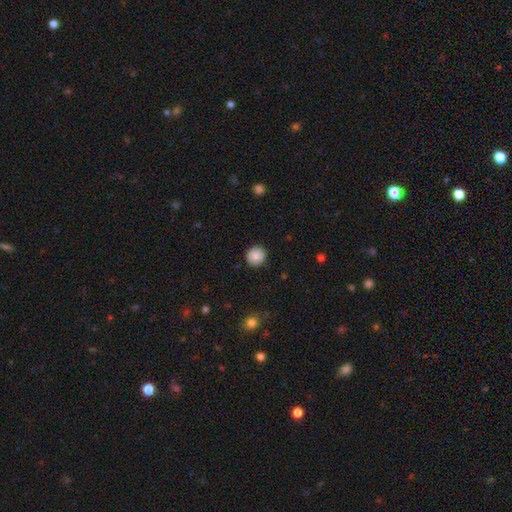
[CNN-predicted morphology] This appears to be a smooth galaxy with no disk features (87%) that is round (91%). Merging: none (90%).